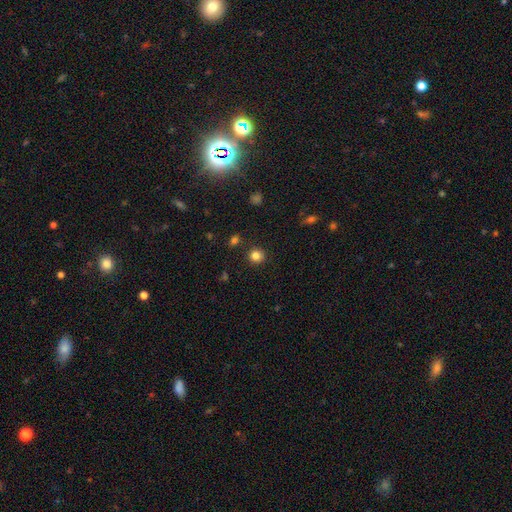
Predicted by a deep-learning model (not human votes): A smooth galaxy with no disk features (83%) that is round (91%). Merging: none (88%).